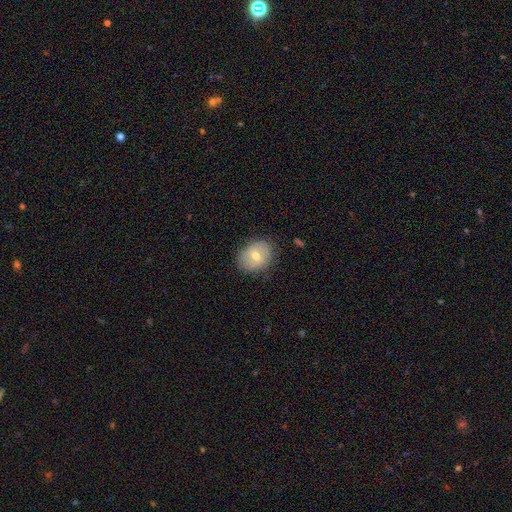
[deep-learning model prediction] smooth-or-featured: smooth: 63% | featured or disk: 29% | star or artifact: 8%
  how-rounded: round: 54% | in between: 45% | cigar-shaped: 1%
  merging: none: 80% | minor disturbance: 15% | major disturbance: 4% | merger: 1%